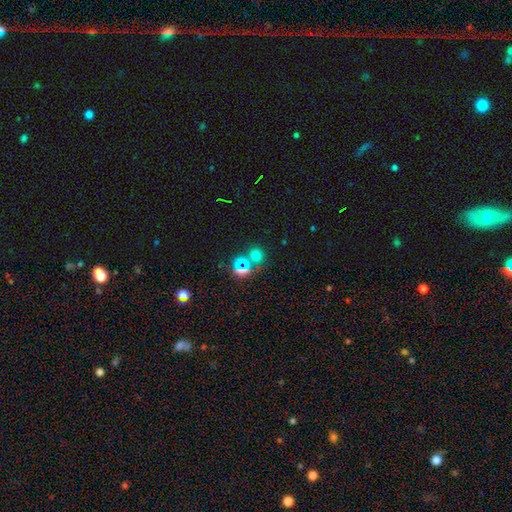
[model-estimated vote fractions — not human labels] smooth_or_featured: smooth (p=0.60) [alt: star or artifact p=0.33]
how_rounded: round (p=0.84) [alt: in between p=0.15]
merging: none (p=0.68) [alt: merger p=0.21]